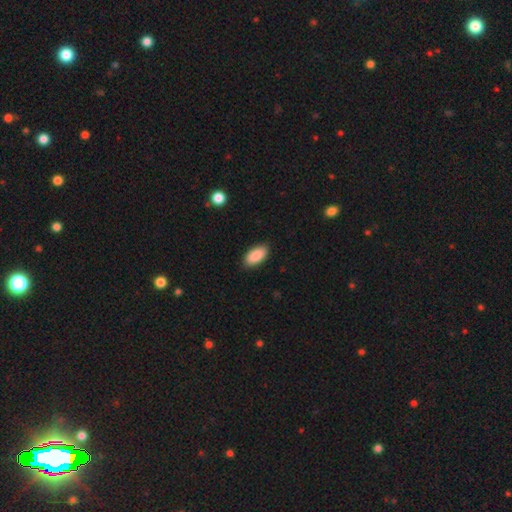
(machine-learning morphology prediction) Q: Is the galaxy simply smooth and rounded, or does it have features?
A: smooth — 89%.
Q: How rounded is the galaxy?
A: in between — 94%.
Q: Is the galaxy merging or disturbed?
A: none — 88%.